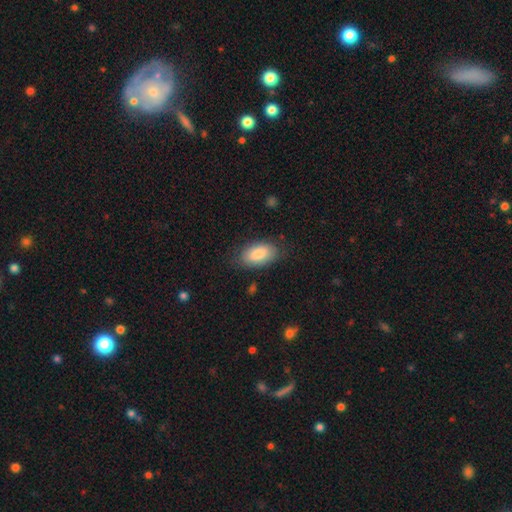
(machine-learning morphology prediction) smooth_or_featured: smooth (p=0.84) [alt: featured or disk p=0.09]
how_rounded: in between (p=0.94) [alt: round p=0.04]
merging: none (p=0.80) [alt: minor disturbance p=0.15]